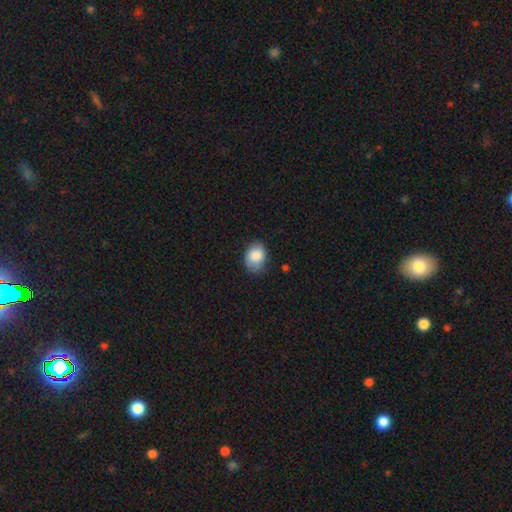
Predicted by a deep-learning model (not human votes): Q: Smooth or featured?
A: smooth (85%); runner-up: featured or disk (8%)
Q: How rounded?
A: in between (62%); runner-up: round (37%)
Q: Merging?
A: none (62%); runner-up: minor disturbance (30%)